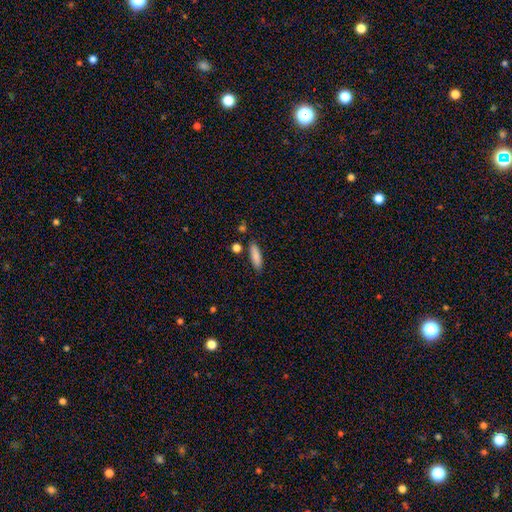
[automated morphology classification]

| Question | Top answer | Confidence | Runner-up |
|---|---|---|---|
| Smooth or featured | smooth | 86% | featured or disk (7%) |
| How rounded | cigar-shaped | 54% | in between (44%) |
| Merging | none | 83% | minor disturbance (11%) |